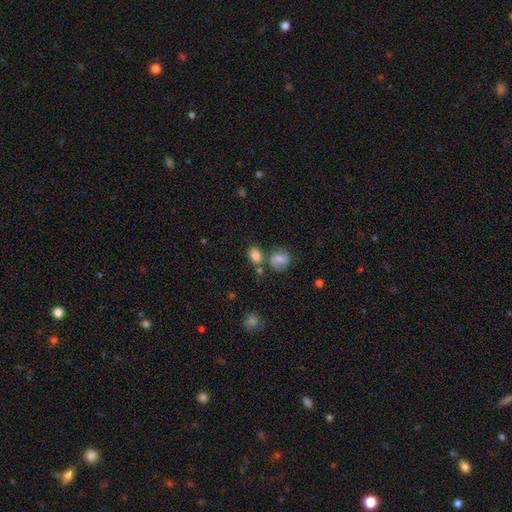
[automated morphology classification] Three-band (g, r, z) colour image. It shows a smooth galaxy with no disk features (80%) that is in between round and cigar-shaped (68%). Merging: none (61%).